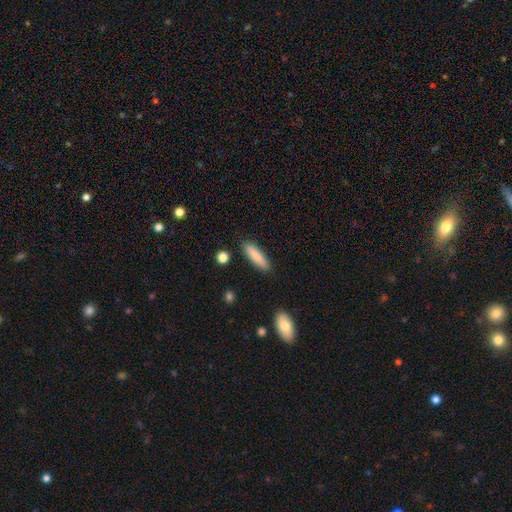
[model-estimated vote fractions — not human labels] The model was most divided on "how rounded": cigar-shaped: 70%, in between: 28%, round: 2%. More confident: merging — none (87%); smooth or featured — smooth (84%).